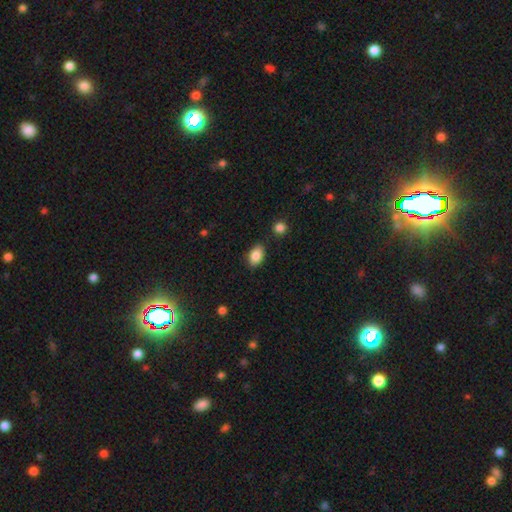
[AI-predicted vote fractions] A smooth galaxy with no disk features (86%) that is in between round and cigar-shaped (88%).

Vote fractions:
- Smooth or featured? smooth: 86% / star or artifact: 8% / featured or disk: 6%
- How rounded? in between: 88% / round: 10% / cigar-shaped: 2%
- Merging? none: 83% / minor disturbance: 12% / merger: 3% / major disturbance: 2%